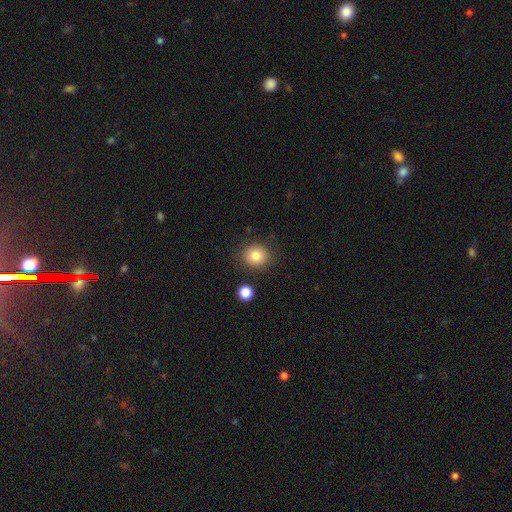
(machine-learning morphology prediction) Smooth or featured?
  - smooth: 83% *
  - star or artifact: 10%
  - featured or disk: 7%
How rounded?
  - round: 82% *
  - in between: 17%
  - cigar-shaped: 1%
Merging?
  - none: 86% *
  - minor disturbance: 8%
  - merger: 3%
  - major disturbance: 3%